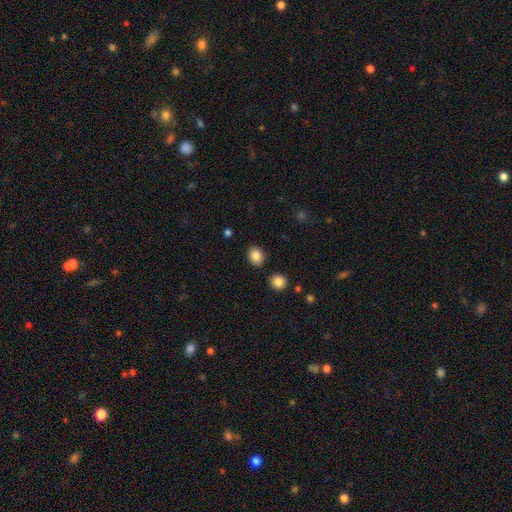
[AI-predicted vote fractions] Smooth or featured?
  - smooth: 86% *
  - star or artifact: 9%
  - featured or disk: 5%
How rounded?
  - in between: 54% *
  - round: 45%
  - cigar-shaped: 1%
Merging?
  - none: 85% *
  - minor disturbance: 9%
  - merger: 3%
  - major disturbance: 2%